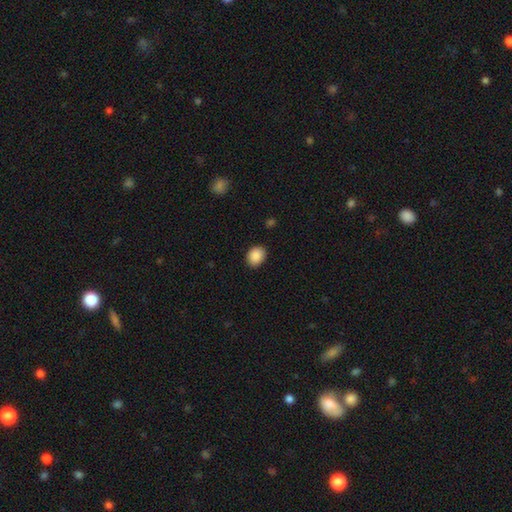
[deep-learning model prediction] Smooth or featured?
  - smooth: 89% *
  - star or artifact: 8%
  - featured or disk: 3%
How rounded?
  - in between: 51% *
  - round: 48%
  - cigar-shaped: 1%
Merging?
  - none: 88% *
  - minor disturbance: 8%
  - major disturbance: 2%
  - merger: 1%